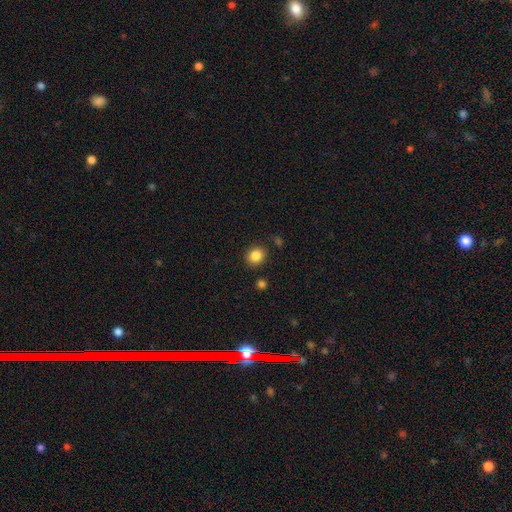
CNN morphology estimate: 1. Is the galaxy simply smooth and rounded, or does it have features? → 86% smooth, 10% star or artifact, 4% featured or disk.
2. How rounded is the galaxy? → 72% round, 28% in between, 1% cigar-shaped.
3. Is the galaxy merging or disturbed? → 86% none, 9% minor disturbance, 3% merger, 3% major disturbance.